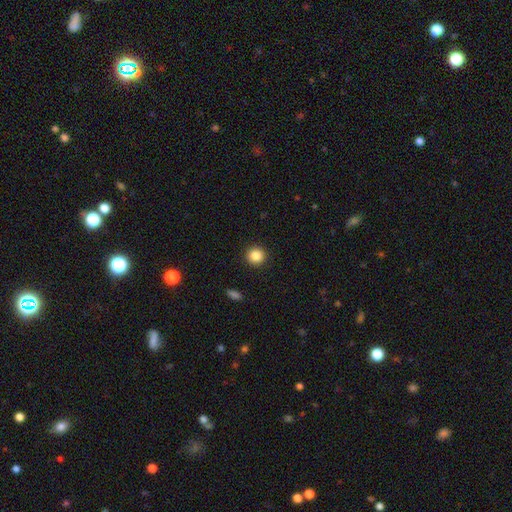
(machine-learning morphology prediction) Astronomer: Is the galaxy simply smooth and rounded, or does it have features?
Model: smooth — 85%.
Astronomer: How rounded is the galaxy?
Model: round — 94%.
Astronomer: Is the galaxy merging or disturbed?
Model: none — 92%.